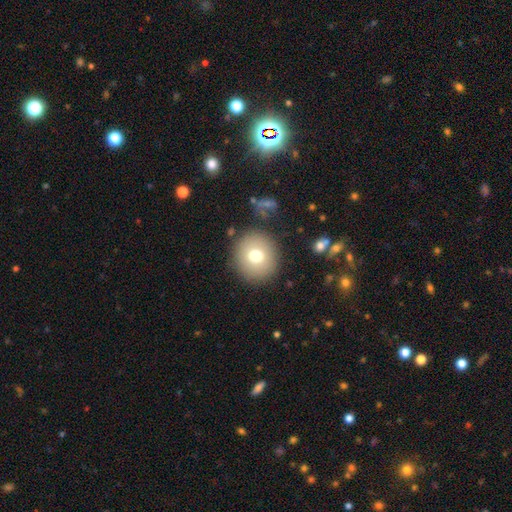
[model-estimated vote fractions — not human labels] The model was most divided on "smooth or featured": smooth: 73%, featured or disk: 16%, star or artifact: 11%. More confident: how rounded — round (92%); merging — none (88%).